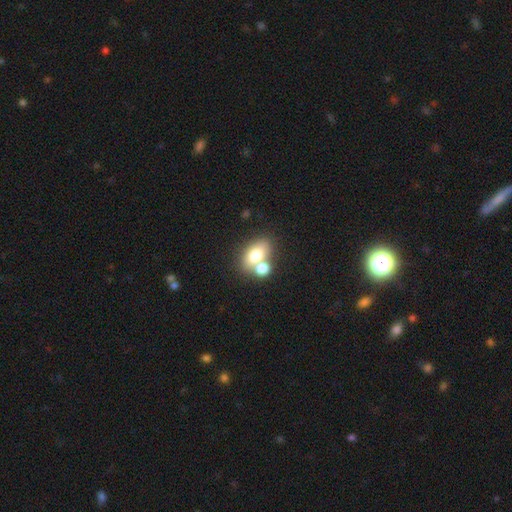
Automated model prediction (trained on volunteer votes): Q: Smooth or featured?
A: smooth (72%); runner-up: featured or disk (18%)
Q: How rounded?
A: in between (78%); runner-up: round (20%)
Q: Merging?
A: merger (48%); runner-up: none (39%)